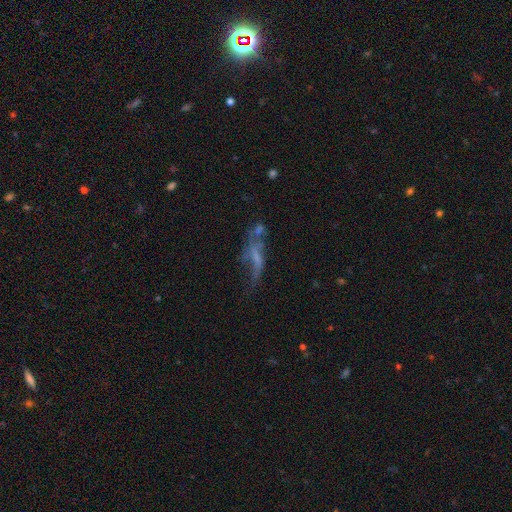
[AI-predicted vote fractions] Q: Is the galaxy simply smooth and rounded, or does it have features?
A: featured or disk — 53%.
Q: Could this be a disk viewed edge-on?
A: no — 78%.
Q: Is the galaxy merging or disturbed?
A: major disturbance — 32%.